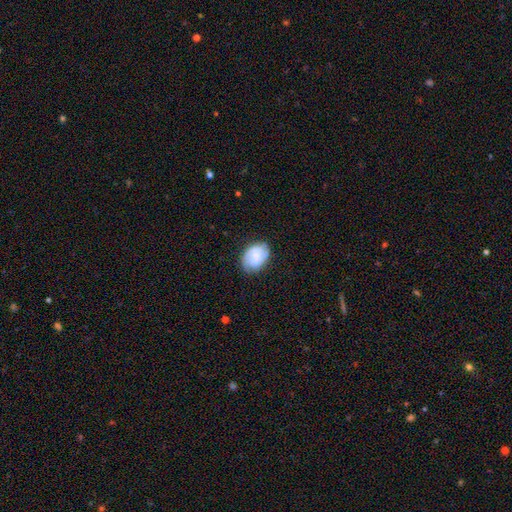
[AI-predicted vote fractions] smooth_or_featured: smooth (p=0.55) [alt: featured or disk p=0.37]
how_rounded: in between (p=0.79) [alt: round p=0.20]
merging: none (p=0.72) [alt: minor disturbance p=0.21]